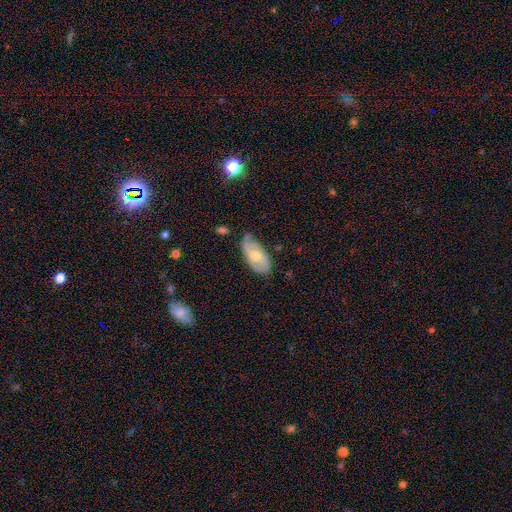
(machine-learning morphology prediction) Smooth or featured? Predicted: featured or disk (p=0.54). Edge-on disk? Predicted: no (p=0.89). Merging? Predicted: none (p=0.64).